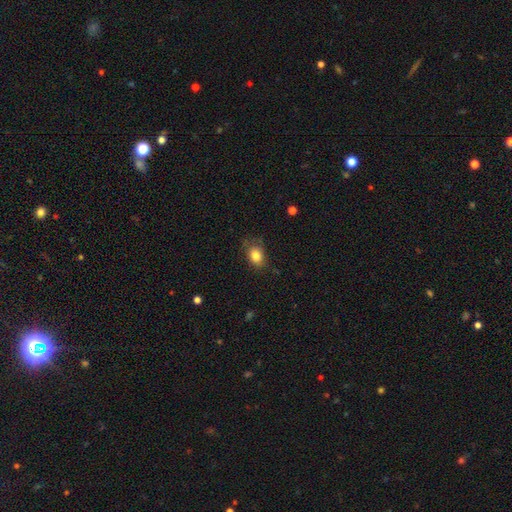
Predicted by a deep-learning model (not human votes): Smooth or featured? smooth (82%)
How rounded? in between (69%)
Merging? none (71%)